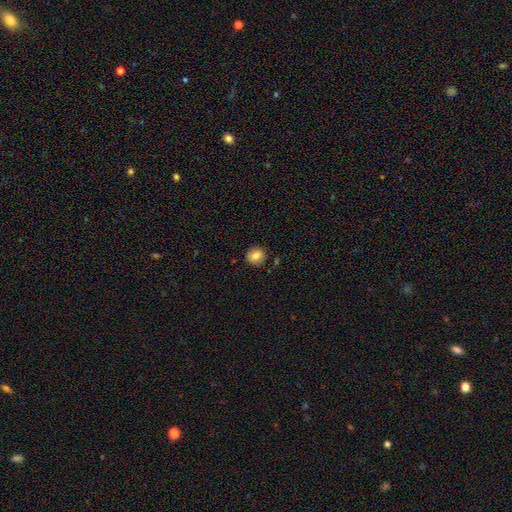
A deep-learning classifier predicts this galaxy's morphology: Smooth or featured?
  - smooth: 81% *
  - featured or disk: 10%
  - star or artifact: 9%
How rounded?
  - round: 88% *
  - in between: 11%
  - cigar-shaped: 1%
Merging?
  - none: 88% *
  - minor disturbance: 8%
  - major disturbance: 2%
  - merger: 2%